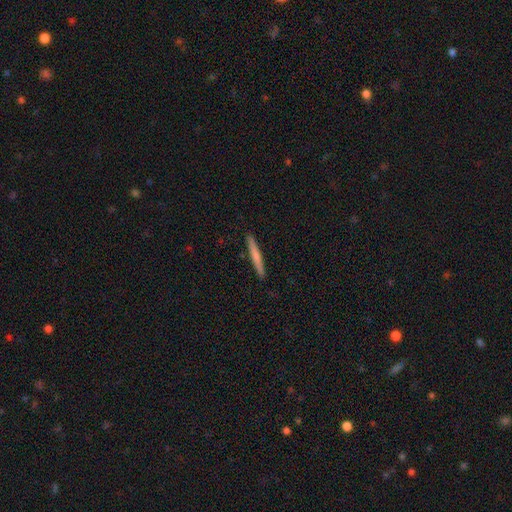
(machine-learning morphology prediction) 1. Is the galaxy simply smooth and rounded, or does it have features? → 63% smooth, 31% featured or disk, 5% star or artifact.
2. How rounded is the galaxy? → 96% cigar-shaped, 2% in between, 1% round.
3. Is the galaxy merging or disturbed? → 92% none, 6% minor disturbance, 1% major disturbance, 1% merger.